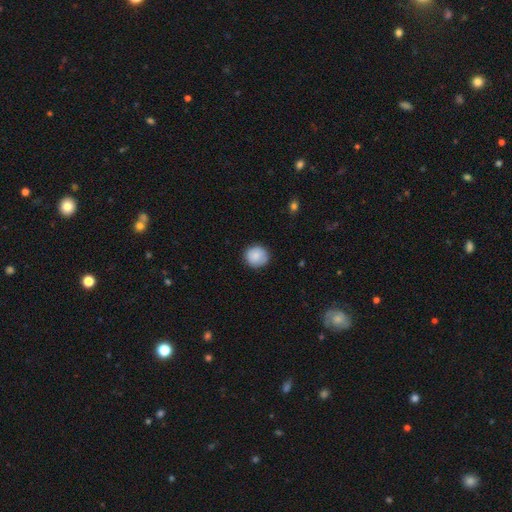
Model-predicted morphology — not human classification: smooth_or_featured: smooth (p=0.87) [alt: star or artifact p=0.07]
how_rounded: round (p=0.91) [alt: in between p=0.08]
merging: none (p=0.86) [alt: minor disturbance p=0.10]